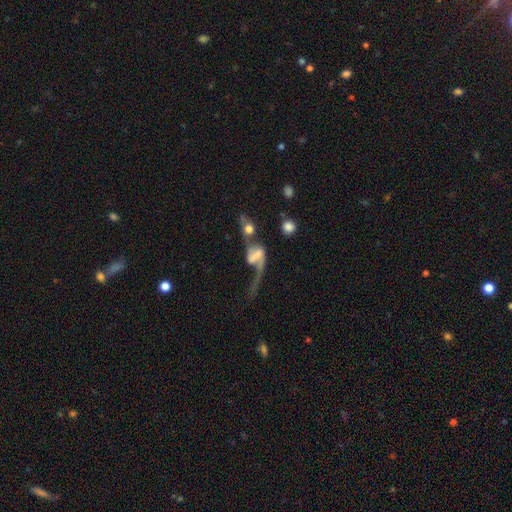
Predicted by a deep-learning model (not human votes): Smooth or featured?
  - featured or disk: 70% *
  - smooth: 21%
  - star or artifact: 9%
Edge-on disk?
  - no: 94% *
  - yes: 6%
Bar?
  - strong: 44% *
  - weak: 32%
  - no: 23%
Spiral arms?
  - yes: 77% *
  - no: 23%
Spiral winding?
  - loose: 84% *
  - medium: 12%
  - tight: 4%
Spiral arm count?
  - 2: 57% *
  - 1: 36%
  - can't tell: 4%
  - 3: 1%
  - 4: 1%
  - more than 4: 1%
Bulge size?
  - none: 54% *
  - small: 16%
  - moderate: 15%
  - large: 11%
  - dominant: 4%
Merging?
  - merger: 35% *
  - major disturbance: 33%
  - none: 22%
  - minor disturbance: 10%